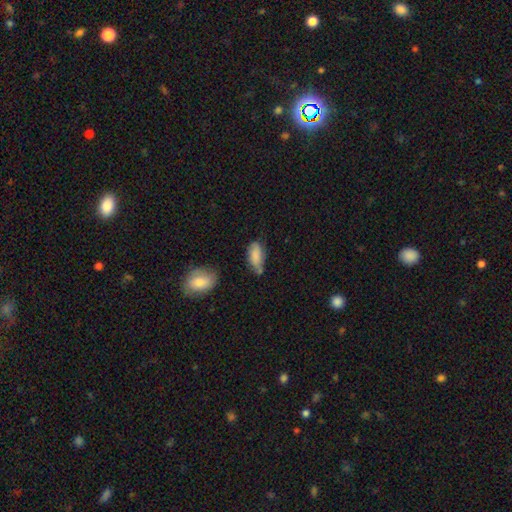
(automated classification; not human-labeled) smooth 83%, featured or disk 10%, star or artifact 7%. Down the decision tree: how rounded — in between (88%); merging — none (52%).